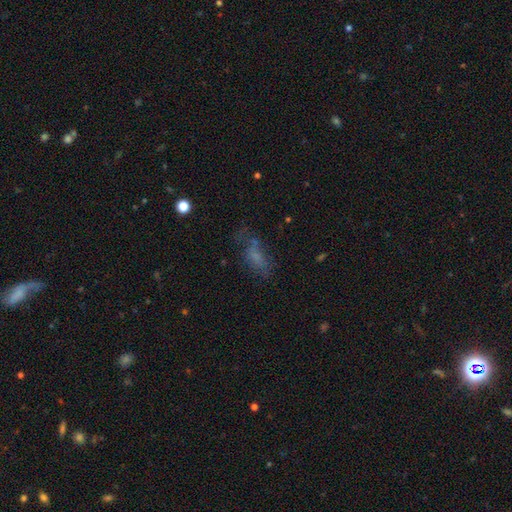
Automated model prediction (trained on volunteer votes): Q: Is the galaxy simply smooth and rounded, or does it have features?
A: smooth — 55%.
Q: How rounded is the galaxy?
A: in between — 72%.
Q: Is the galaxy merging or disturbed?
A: none — 44%.